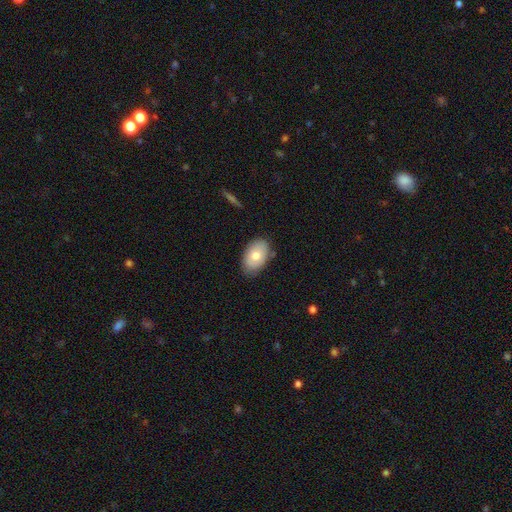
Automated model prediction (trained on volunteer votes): Morphology: type=smooth (72%); roundness=in between (90%); merging=none (81%).